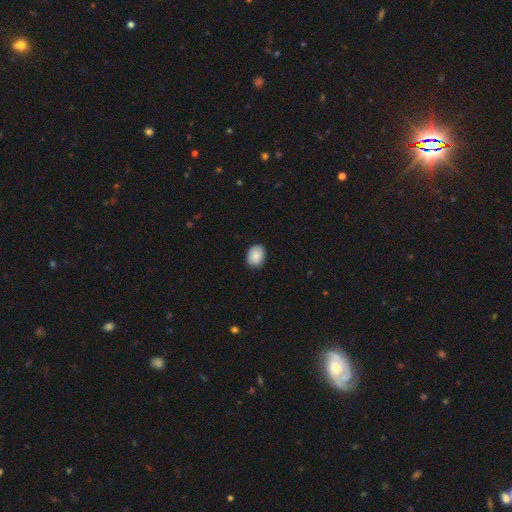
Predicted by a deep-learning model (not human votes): Smooth or featured? smooth (89%)
How rounded? in between (67%)
Merging? none (87%)